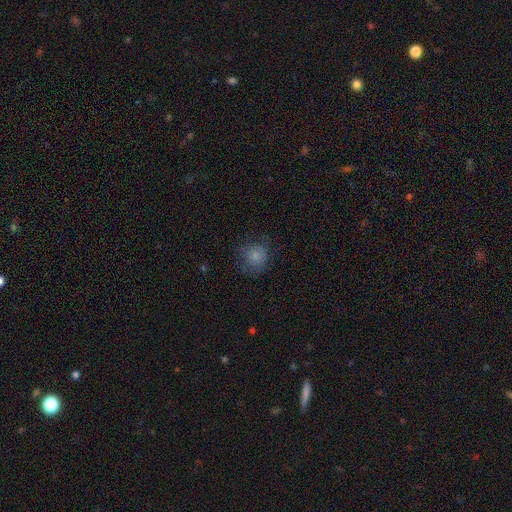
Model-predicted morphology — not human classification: type=smooth (81%); roundness=round (84%); merging=none (68%).